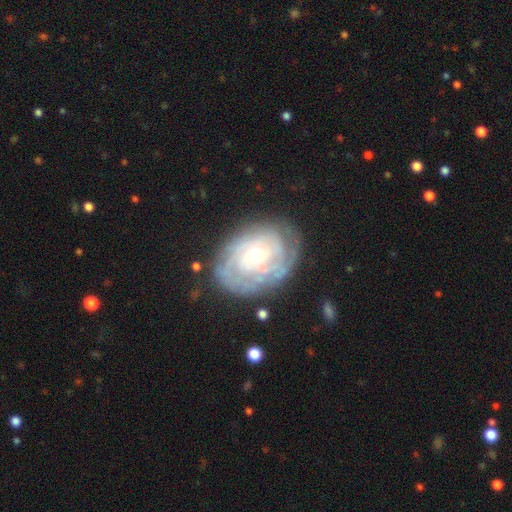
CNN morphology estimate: smooth_or_featured: featured or disk (p=0.77) [alt: smooth p=0.17]
disk_edge_on: no (p=0.96) [alt: yes p=0.04]
bar: no (p=0.76) [alt: weak p=0.20]
has_spiral_arms: yes (p=0.81) [alt: no p=0.19]
spiral_winding: tight (p=0.72) [alt: medium p=0.21]
spiral_arm_count: can't tell (p=0.55) [alt: 2 p=0.15]
bulge_size: moderate (p=0.48) [alt: small p=0.47]
merging: none (p=0.70) [alt: minor disturbance p=0.19]